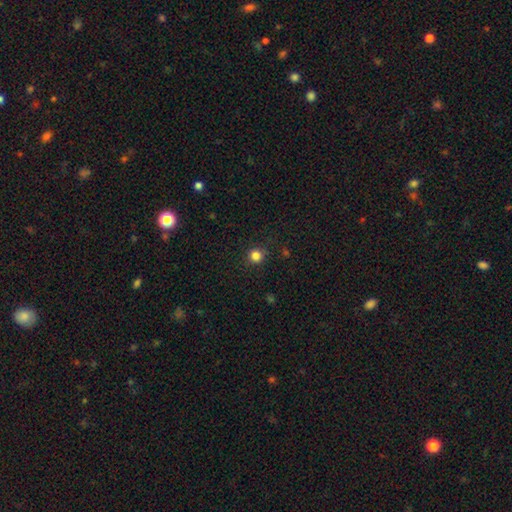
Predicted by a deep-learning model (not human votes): smooth 83%, star or artifact 13%, featured or disk 4%. Down the decision tree: how rounded — round (93%); merging — none (89%).